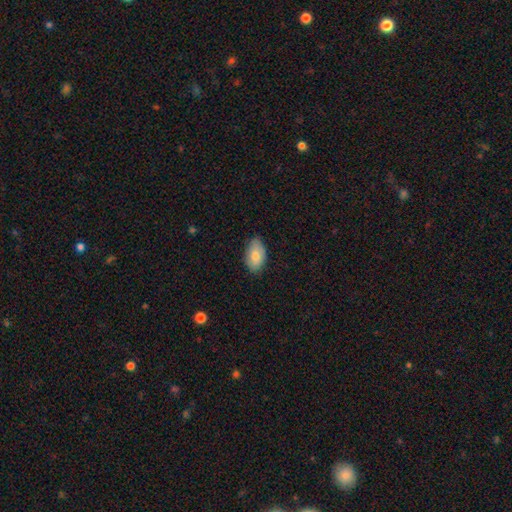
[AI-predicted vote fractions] Overall: smooth (80%). How rounded: in between (93%). Merging: none (75%).